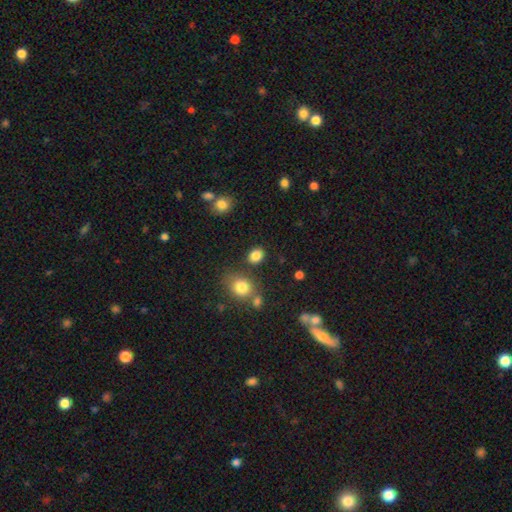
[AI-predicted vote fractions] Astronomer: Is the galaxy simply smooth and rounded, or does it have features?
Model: smooth — 85%.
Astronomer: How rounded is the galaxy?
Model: in between — 54% (runner-up: round, 45%).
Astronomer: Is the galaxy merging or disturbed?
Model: none — 80%.